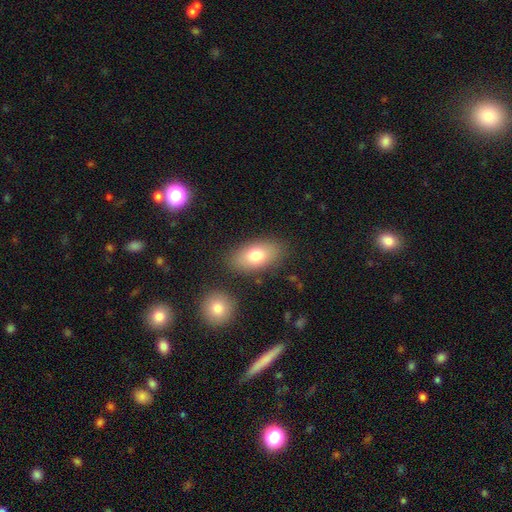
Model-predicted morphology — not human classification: Smooth or featured: smooth — 76% (featured or disk — 16%)
How rounded: in between — 90% (round — 7%)
Merging: none — 81% (minor disturbance — 11%)